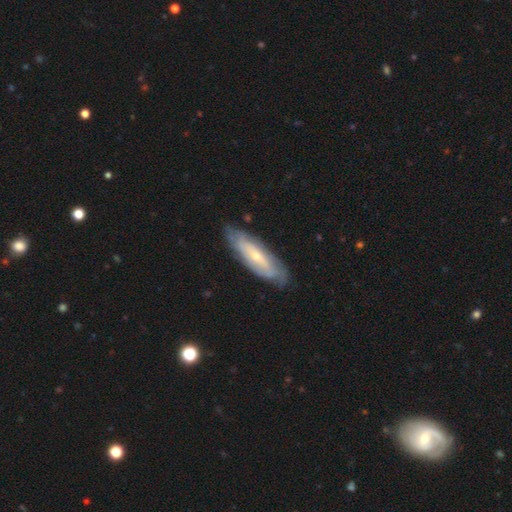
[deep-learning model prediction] Smooth or featured? featured or disk (66%)
Edge-on disk? no (74%)
Merging? none (80%)